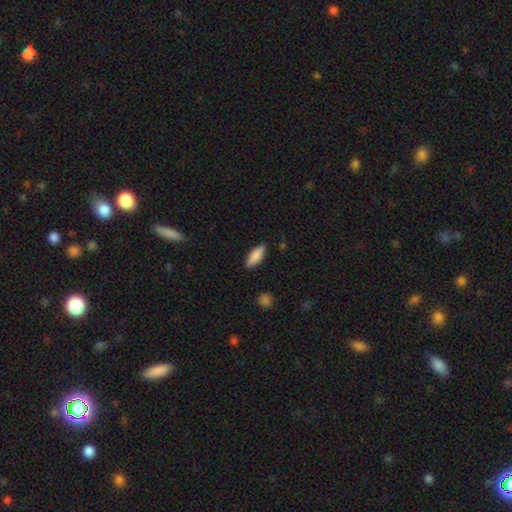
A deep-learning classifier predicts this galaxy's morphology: smooth-or-featured: smooth: 84% | featured or disk: 10% | star or artifact: 6%
  how-rounded: in between: 66% | cigar-shaped: 32% | round: 2%
  merging: none: 86% | minor disturbance: 11% | major disturbance: 2% | merger: 1%